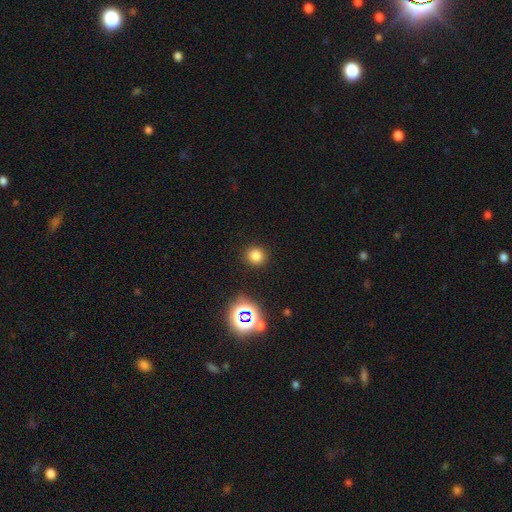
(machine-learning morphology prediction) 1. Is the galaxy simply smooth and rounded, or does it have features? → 75% smooth, 20% star or artifact, 6% featured or disk.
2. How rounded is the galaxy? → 90% round, 9% in between, 1% cigar-shaped.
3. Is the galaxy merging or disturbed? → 90% none, 6% minor disturbance, 3% major disturbance, 2% merger.